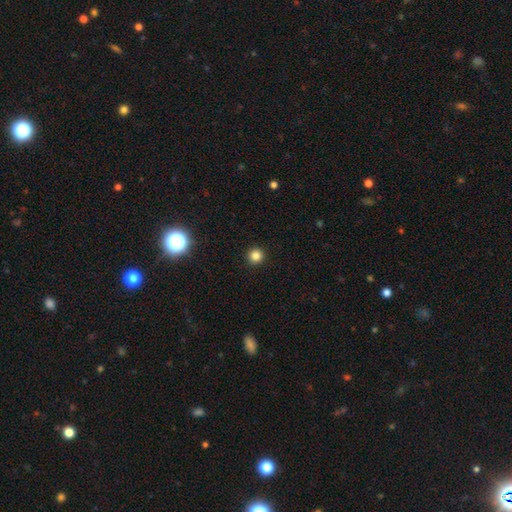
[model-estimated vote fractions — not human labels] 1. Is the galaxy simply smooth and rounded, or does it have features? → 82% smooth, 13% star or artifact, 5% featured or disk.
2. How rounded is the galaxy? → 95% round, 4% in between, 1% cigar-shaped.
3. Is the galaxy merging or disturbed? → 93% none, 4% minor disturbance, 2% major disturbance, 1% merger.